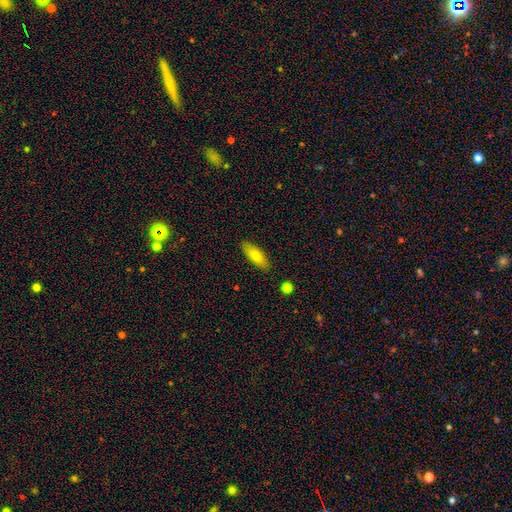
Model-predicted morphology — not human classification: Smooth or featured? smooth (72%)
How rounded? in between (62%)
Merging? none (88%)